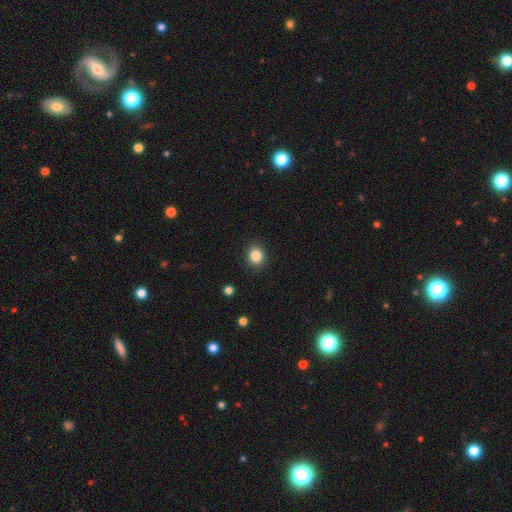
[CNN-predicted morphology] type=smooth (86%); roundness=round (70%); merging=none (89%).